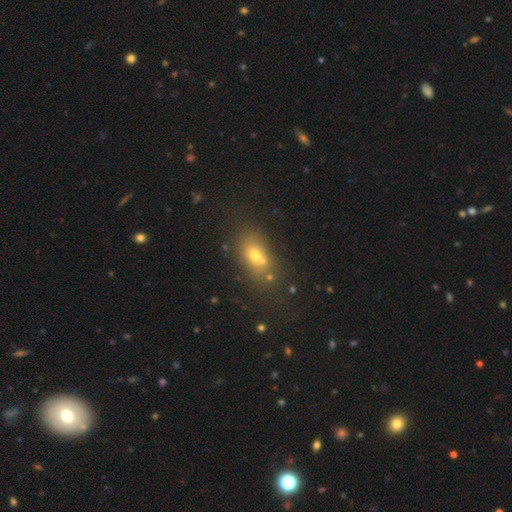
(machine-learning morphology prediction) Smooth or featured? smooth (63%)
How rounded? in between (73%)
Merging? none (50%)